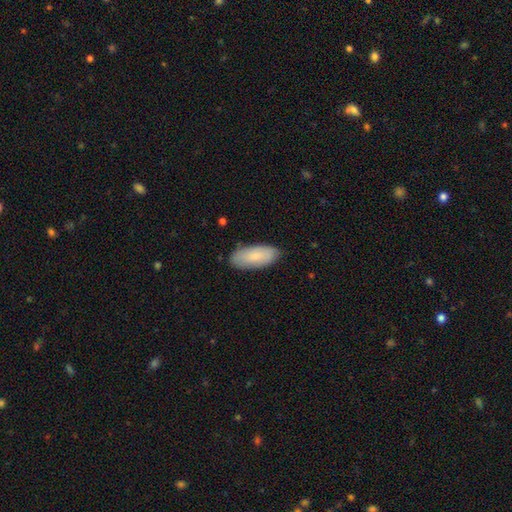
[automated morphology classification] This is clearly a smooth galaxy (83%). How rounded: clearly in between (88%). Merging: clearly none (85%).